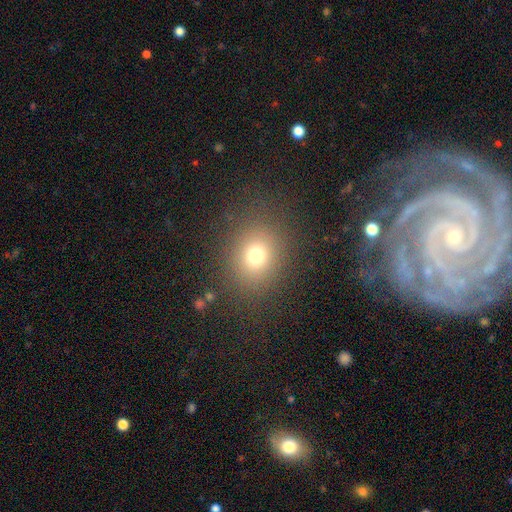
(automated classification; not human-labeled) A smooth galaxy with no disk features (73%) that is round (66%). Merging: none (84%).